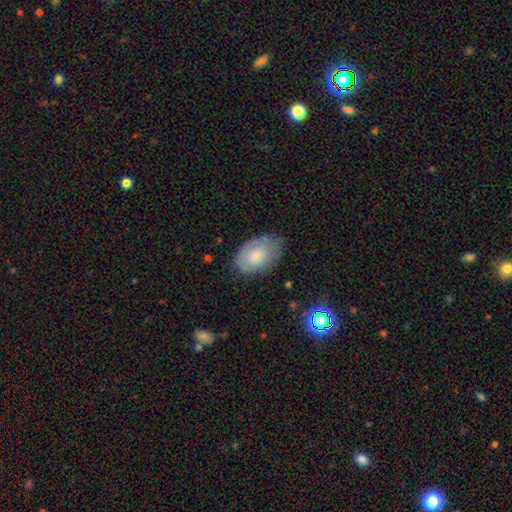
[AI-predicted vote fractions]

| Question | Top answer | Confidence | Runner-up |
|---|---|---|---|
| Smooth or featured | smooth | 65% | featured or disk (28%) |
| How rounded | in between | 90% | round (9%) |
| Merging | none | 68% | minor disturbance (24%) |